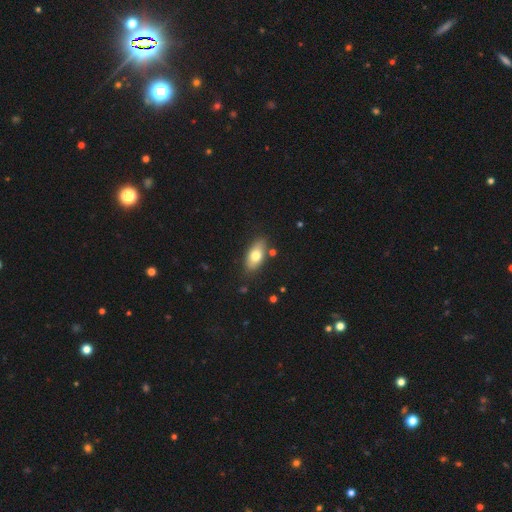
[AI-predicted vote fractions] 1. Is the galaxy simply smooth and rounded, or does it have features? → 72% smooth, 22% featured or disk, 7% star or artifact.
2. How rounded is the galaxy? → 88% in between, 8% cigar-shaped, 4% round.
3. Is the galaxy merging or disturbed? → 83% none, 12% minor disturbance, 3% merger, 3% major disturbance.